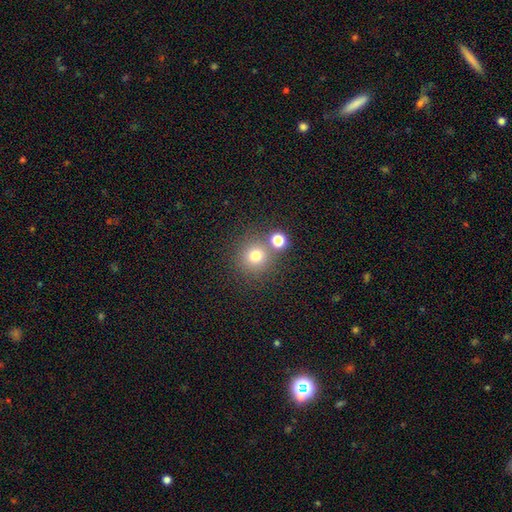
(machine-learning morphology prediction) Smooth or featured? smooth (75%)
How rounded? round (92%)
Merging? none (69%)